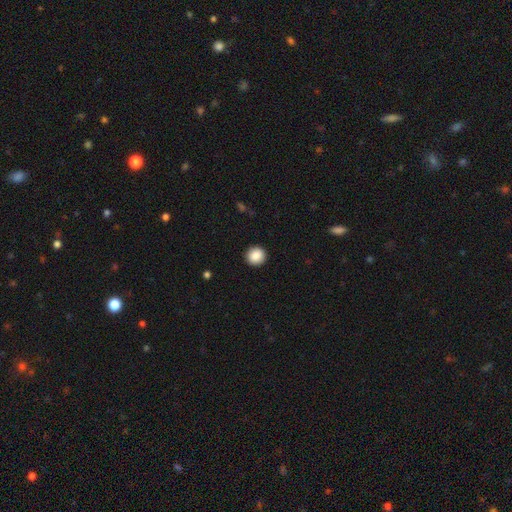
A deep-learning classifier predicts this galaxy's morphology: smooth-or-featured: smooth: 89% | star or artifact: 8% | featured or disk: 3%
  how-rounded: round: 93% | in between: 6% | cigar-shaped: 1%
  merging: none: 92% | minor disturbance: 5% | major disturbance: 2% | merger: 1%